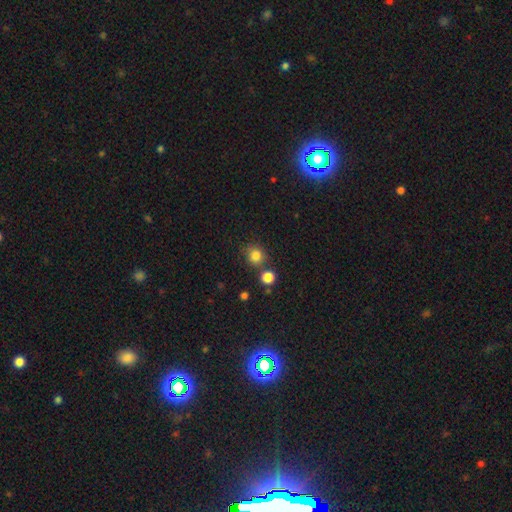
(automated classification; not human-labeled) The model was most divided on "merging": none: 74%, merger: 12%, minor disturbance: 10%, major disturbance: 3%. More confident: how rounded — round (86%); smooth or featured — smooth (82%).